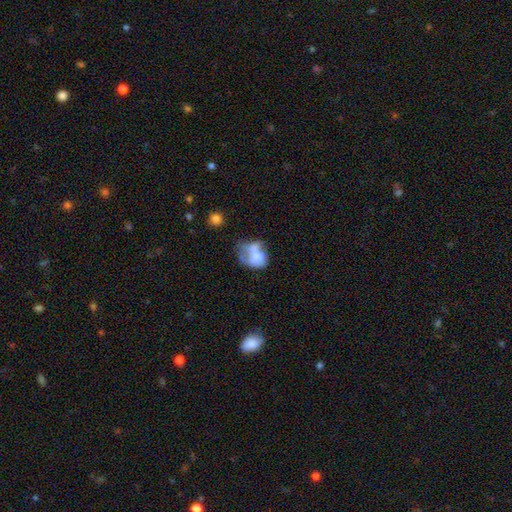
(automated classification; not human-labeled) Smooth or featured: smooth — 54% (featured or disk — 35%)
How rounded: in between — 60% (round — 38%)
Merging: major disturbance — 29% (merger — 25%)